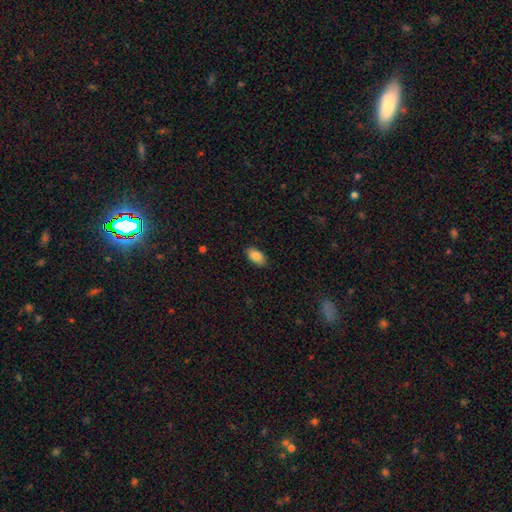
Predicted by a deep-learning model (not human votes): smooth 86%, star or artifact 7%, featured or disk 7%. Down the decision tree: how rounded — in between (93%); merging — none (87%).